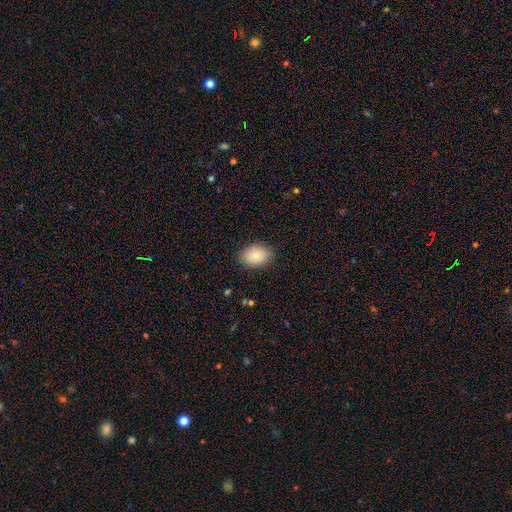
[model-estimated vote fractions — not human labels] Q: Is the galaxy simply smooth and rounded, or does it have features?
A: smooth — 86%.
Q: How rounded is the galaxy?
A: in between — 79%.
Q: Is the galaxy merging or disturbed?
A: none — 86%.